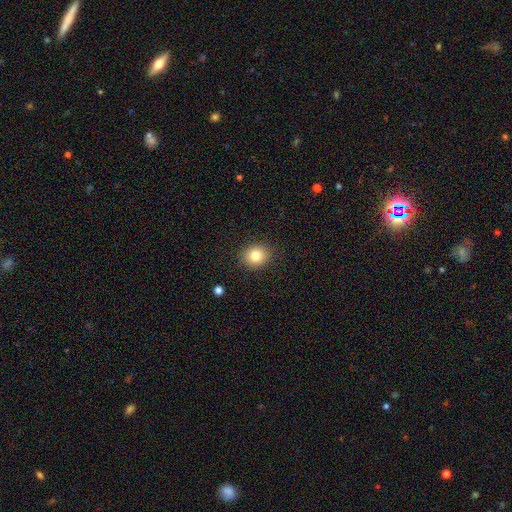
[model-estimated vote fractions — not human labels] smooth_or_featured: smooth (p=0.81) [alt: star or artifact p=0.11]
how_rounded: round (p=0.74) [alt: in between p=0.26]
merging: none (p=0.89) [alt: minor disturbance p=0.08]